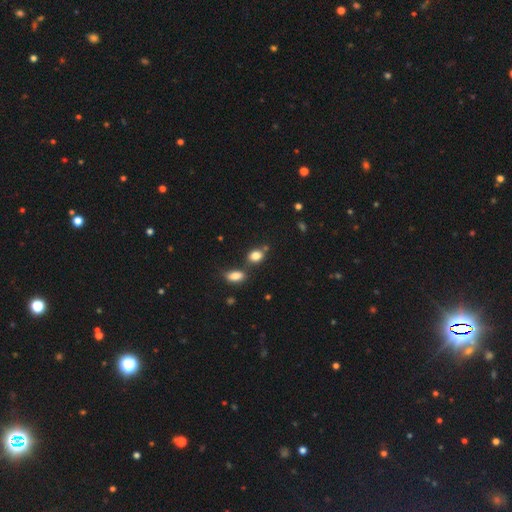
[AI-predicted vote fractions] Smooth or featured?
  - smooth: 82% *
  - star or artifact: 11%
  - featured or disk: 7%
How rounded?
  - in between: 60% *
  - round: 38%
  - cigar-shaped: 2%
Merging?
  - none: 59% *
  - merger: 22%
  - minor disturbance: 15%
  - major disturbance: 5%